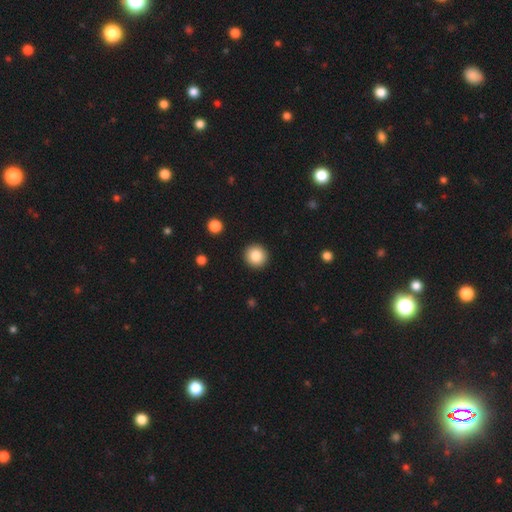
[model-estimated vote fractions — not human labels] This appears to be a smooth galaxy with no disk features (85%) that is round (94%). Merging: none (92%).